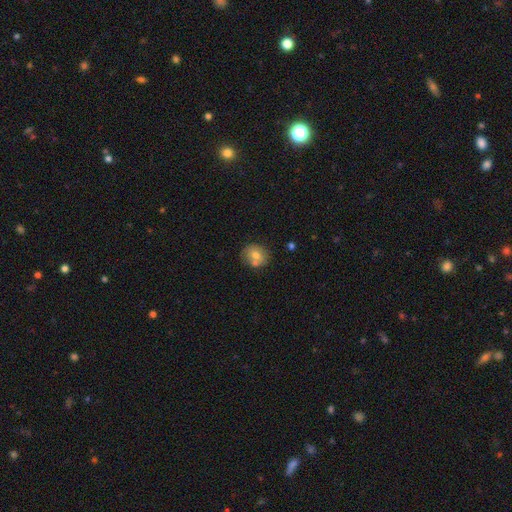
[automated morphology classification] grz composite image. It shows a smooth galaxy with no disk features (67%) that is round (59%). Merging: none (62%).